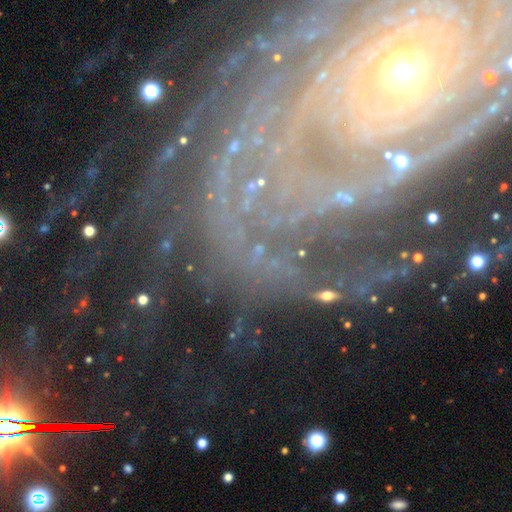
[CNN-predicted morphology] Overall: featured or disk (72%). Edge-on disk: no (95%). Bar: no (56%; weak 23%). Spiral arms: yes (94%). Spiral arm count: can't tell (27%; more than 4 16%). Spiral winding: tight (77%). Bulge size: small (56%; moderate 27%). Merging: none (71%).